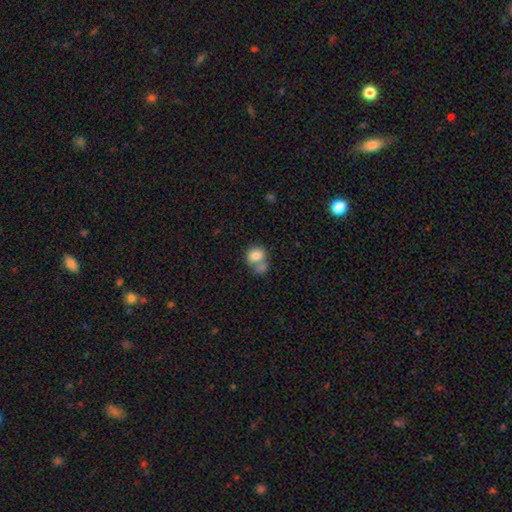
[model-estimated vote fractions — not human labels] Q: Smooth or featured?
A: smooth (80%); runner-up: featured or disk (12%)
Q: How rounded?
A: round (58%); runner-up: in between (41%)
Q: Merging?
A: merger (51%); runner-up: none (32%)